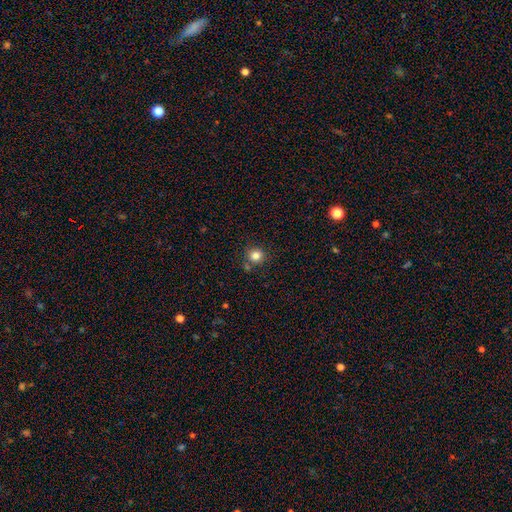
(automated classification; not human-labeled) Smooth or featured?
  - smooth: 82% *
  - star or artifact: 12%
  - featured or disk: 5%
How rounded?
  - round: 90% *
  - in between: 9%
  - cigar-shaped: 1%
Merging?
  - none: 79% *
  - minor disturbance: 10%
  - merger: 9%
  - major disturbance: 3%